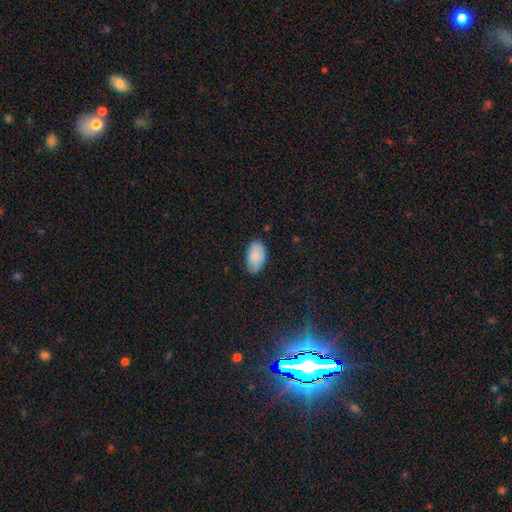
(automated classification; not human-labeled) smooth_or_featured: smooth (p=0.83) [alt: featured or disk p=0.10]
how_rounded: in between (p=0.95) [alt: round p=0.04]
merging: none (p=0.78) [alt: minor disturbance p=0.18]